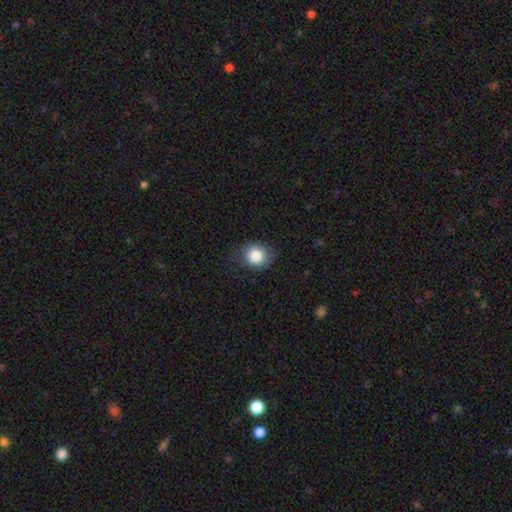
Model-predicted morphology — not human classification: This appears to be a smooth galaxy with no disk features (83%) that is round (66%). Merging: none (67%).